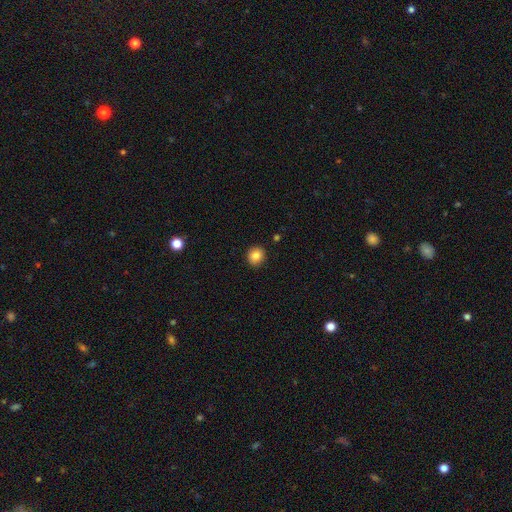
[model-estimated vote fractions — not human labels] smooth 84%, star or artifact 10%, featured or disk 6%. Down the decision tree: how rounded — round (87%); merging — none (91%).